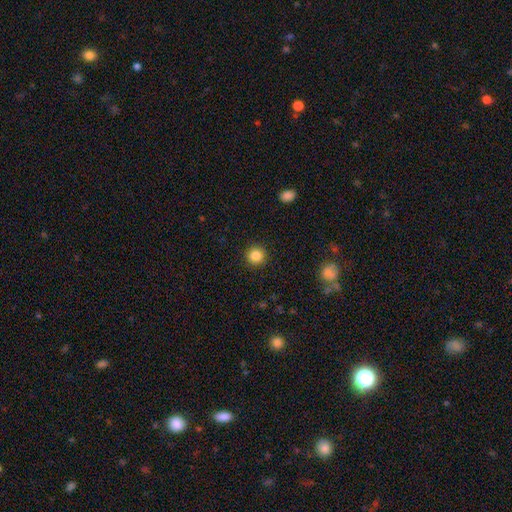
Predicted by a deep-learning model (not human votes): This is clearly a smooth galaxy (86%). How rounded: clearly round (94%). Merging: clearly none (92%).